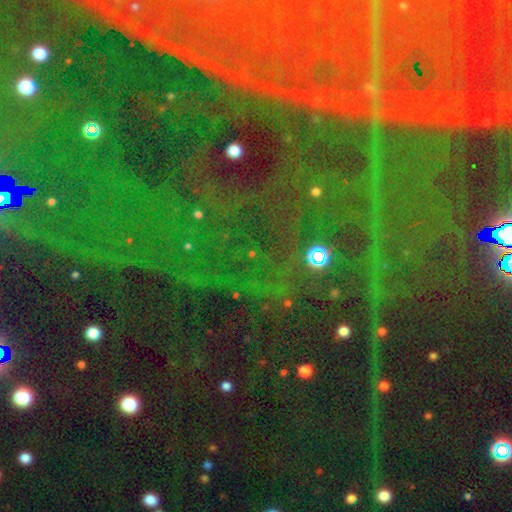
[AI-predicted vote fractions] Smooth or featured: star or artifact — 85% (smooth — 8%)